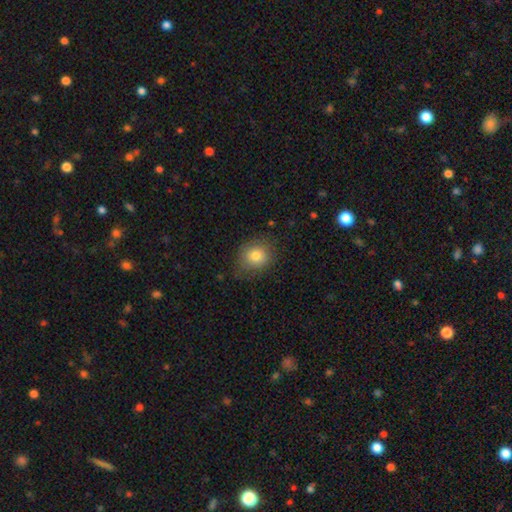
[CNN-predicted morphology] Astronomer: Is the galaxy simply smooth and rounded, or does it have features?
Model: smooth — 79%.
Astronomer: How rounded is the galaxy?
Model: round — 74%.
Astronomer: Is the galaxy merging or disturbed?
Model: none — 75%.